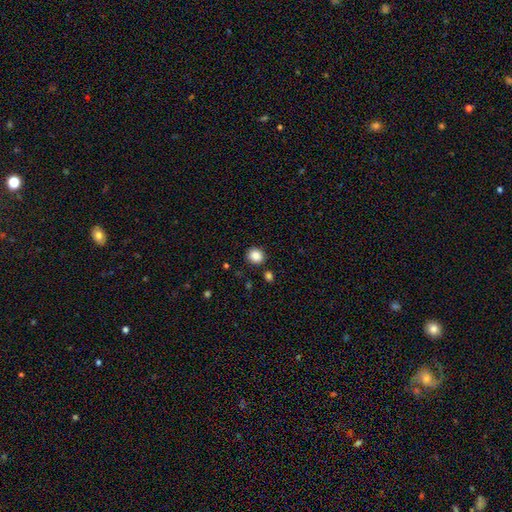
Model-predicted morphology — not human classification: A smooth galaxy with no disk features (87%) that is round (85%). Merging: none (87%).